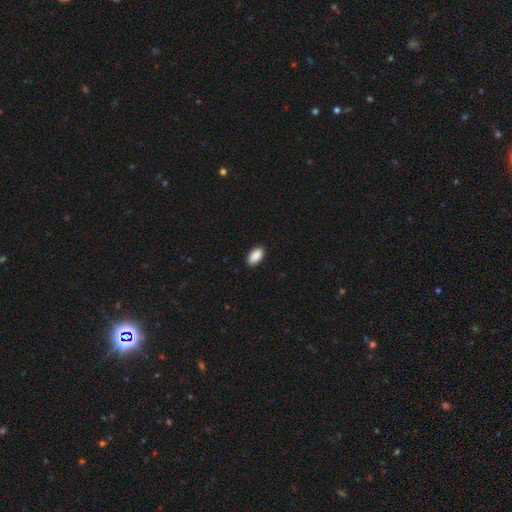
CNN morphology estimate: Q: Smooth or featured?
A: smooth (91%); runner-up: star or artifact (7%)
Q: How rounded?
A: in between (95%); runner-up: round (3%)
Q: Merging?
A: none (90%); runner-up: minor disturbance (8%)